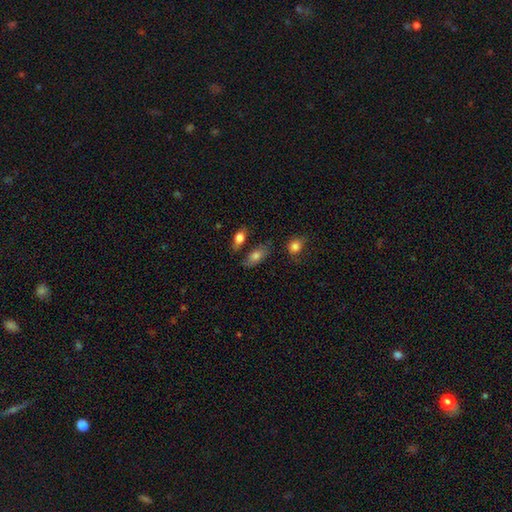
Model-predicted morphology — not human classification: Q: Smooth or featured?
A: smooth (74%); runner-up: featured or disk (17%)
Q: How rounded?
A: in between (86%); runner-up: cigar-shaped (8%)
Q: Merging?
A: none (64%); runner-up: minor disturbance (19%)